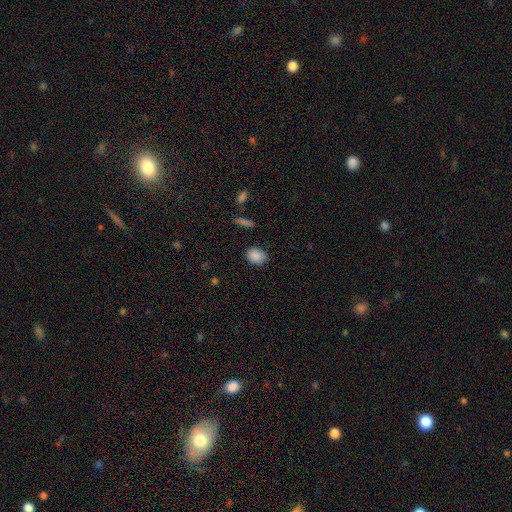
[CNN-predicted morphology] smooth_or_featured: smooth (p=0.87) [alt: star or artifact p=0.09]
how_rounded: in between (p=0.56) [alt: round p=0.43]
merging: none (p=0.81) [alt: minor disturbance p=0.14]